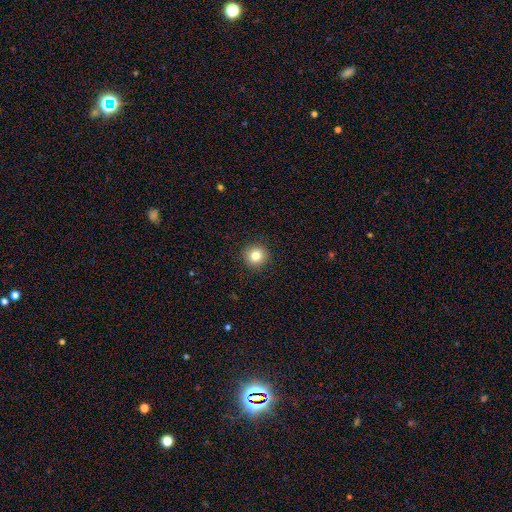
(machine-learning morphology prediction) smooth 82%, star or artifact 11%, featured or disk 7%. Down the decision tree: how rounded — round (94%); merging — none (92%).